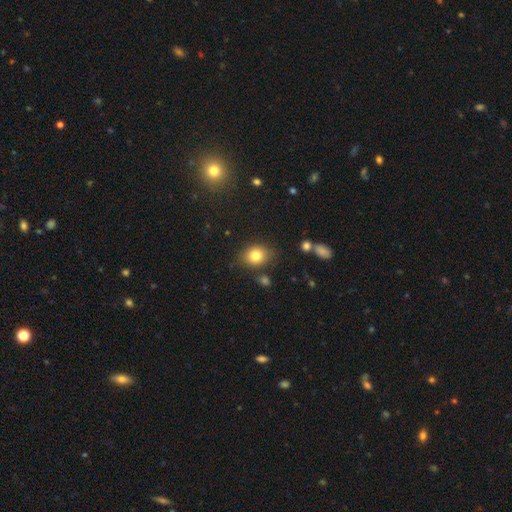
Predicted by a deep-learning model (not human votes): Smooth or featured? smooth (80%)
How rounded? round (51%)
Merging? none (77%)